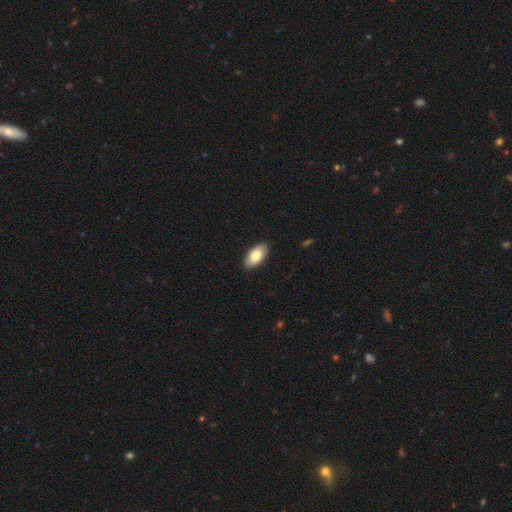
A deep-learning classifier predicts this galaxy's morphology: This appears to be a smooth galaxy with no disk features (79%) that is in between round and cigar-shaped (95%). Merging: none (88%).